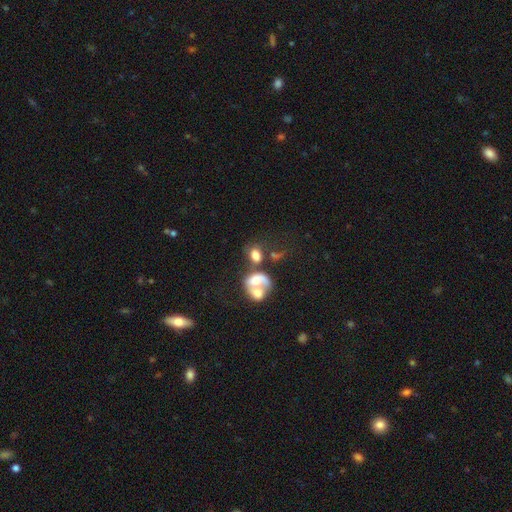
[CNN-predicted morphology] This is possibly a smooth galaxy (58%). How rounded: possibly in between (58%). Merging: possibly merger (59%).